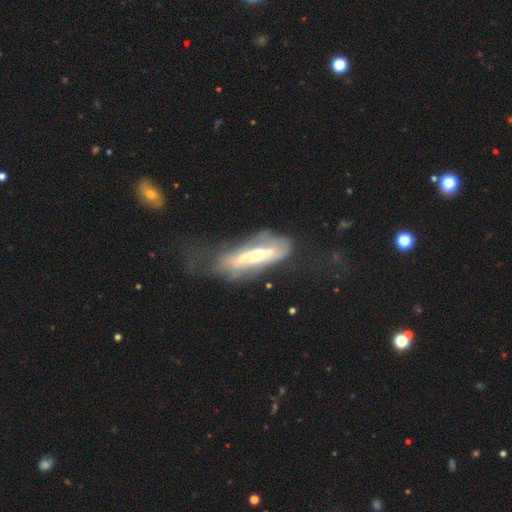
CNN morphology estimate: This is likely a featured or disk galaxy (61%). It is likely not viewed edge-on (74%). Merging: marginally major disturbance (39%).